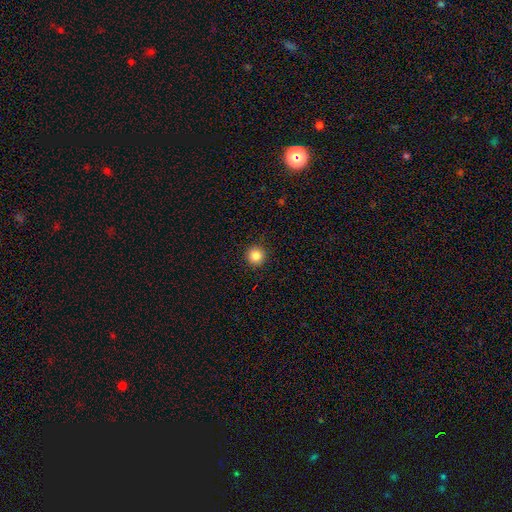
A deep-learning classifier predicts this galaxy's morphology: Smooth or featured?
  - smooth: 85% *
  - star or artifact: 11%
  - featured or disk: 4%
How rounded?
  - round: 96% *
  - in between: 3%
  - cigar-shaped: 1%
Merging?
  - none: 92% *
  - minor disturbance: 5%
  - major disturbance: 2%
  - merger: 1%